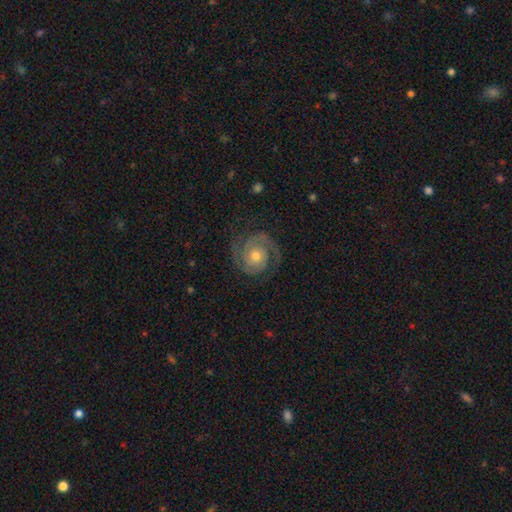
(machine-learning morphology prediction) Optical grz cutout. It shows a featured or disk galaxy (91%) with no bar (76%), 2 (90%) tight (66%) spiral arms (98%) and a moderate central bulge (63%). Merging: none (82%).